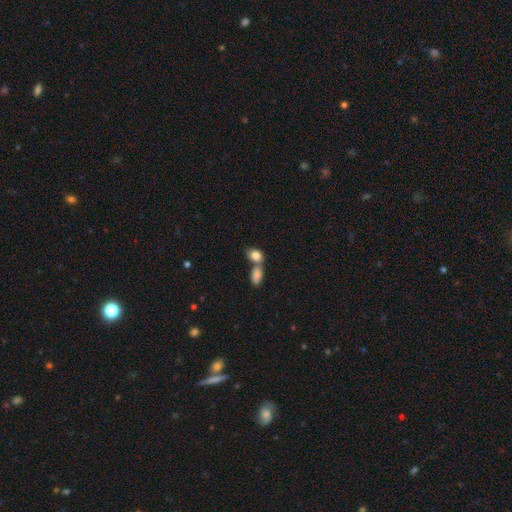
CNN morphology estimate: Smooth or featured?
  - smooth: 84% *
  - featured or disk: 8%
  - star or artifact: 8%
How rounded?
  - in between: 75% *
  - round: 23%
  - cigar-shaped: 2%
Merging?
  - merger: 57% *
  - none: 31%
  - minor disturbance: 8%
  - major disturbance: 3%